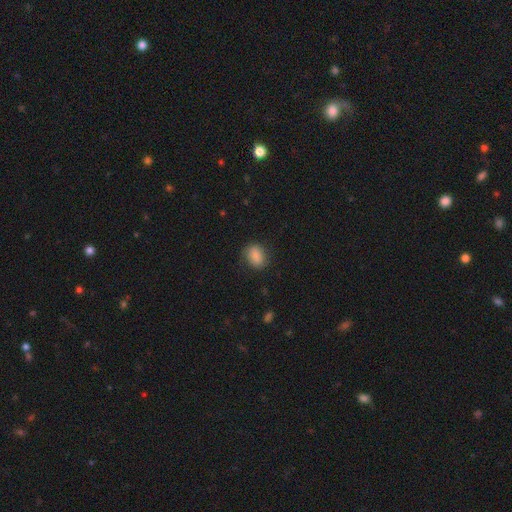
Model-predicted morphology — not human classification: smooth_or_featured: smooth (p=0.85) [alt: star or artifact p=0.08]
how_rounded: in between (p=0.64) [alt: round p=0.34]
merging: none (p=0.81) [alt: minor disturbance p=0.14]